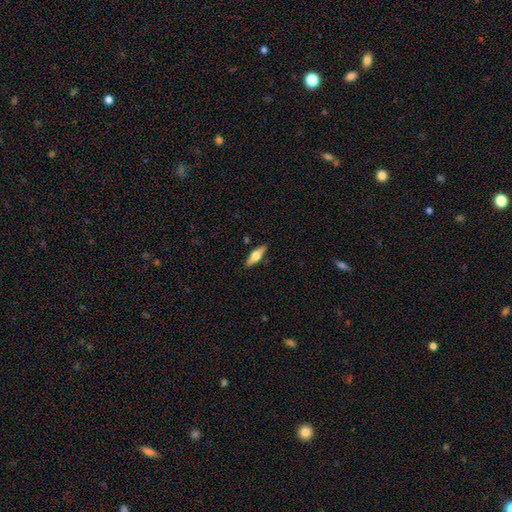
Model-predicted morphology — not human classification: featured or disk 52%, smooth 42%, star or artifact 6%. Down the decision tree: edge-on disk — yes (93%); merging — none (88%).